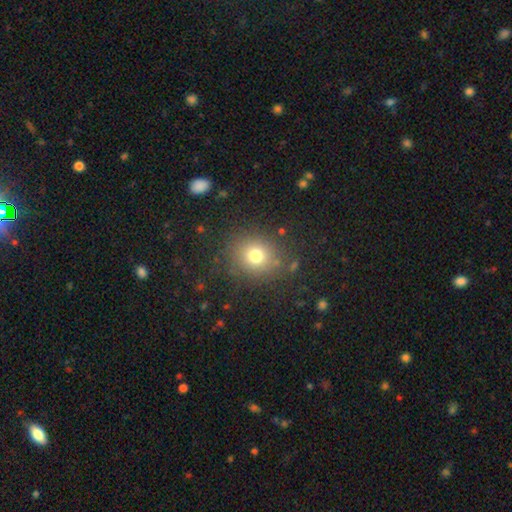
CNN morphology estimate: smooth_or_featured: smooth (p=0.75) [alt: star or artifact p=0.15]
how_rounded: round (p=0.79) [alt: in between p=0.20]
merging: none (p=0.83) [alt: minor disturbance p=0.10]